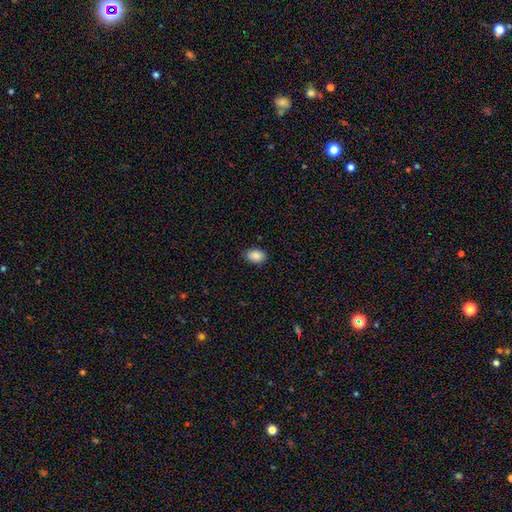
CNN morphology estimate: A smooth galaxy with no disk features (89%) that is in between round and cigar-shaped (82%). Merging: none (86%).